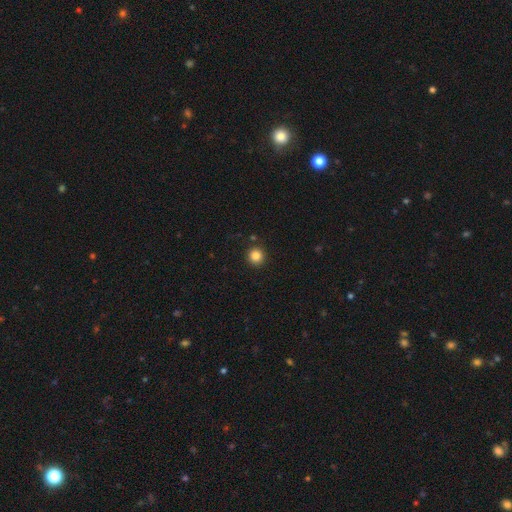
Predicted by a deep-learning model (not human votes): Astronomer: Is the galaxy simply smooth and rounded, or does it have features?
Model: smooth — 85%.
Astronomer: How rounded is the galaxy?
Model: round — 94%.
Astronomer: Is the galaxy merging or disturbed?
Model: none — 91%.